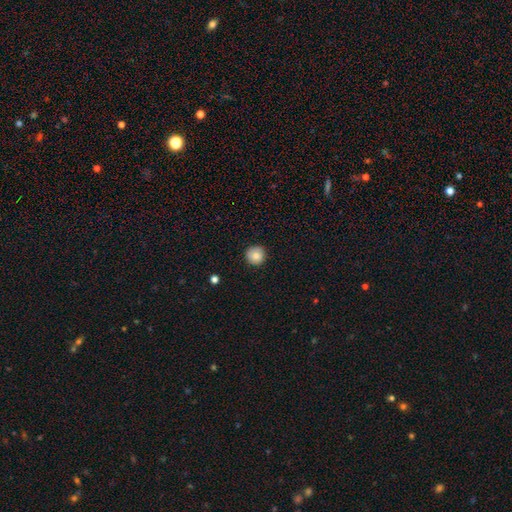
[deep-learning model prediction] Q: Smooth or featured?
A: smooth (85%); runner-up: star or artifact (9%)
Q: How rounded?
A: round (95%); runner-up: in between (4%)
Q: Merging?
A: none (90%); runner-up: minor disturbance (7%)